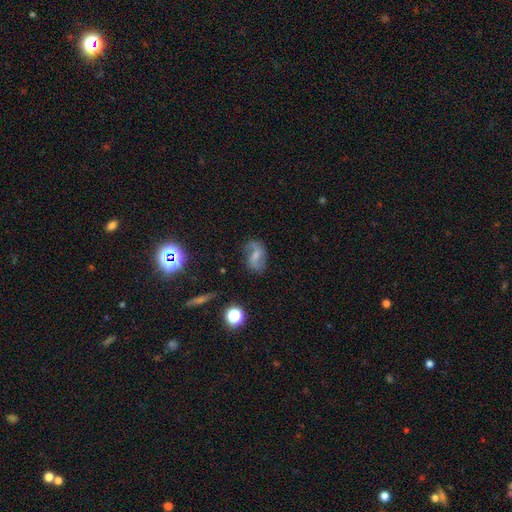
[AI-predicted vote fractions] Morphology: type=featured or disk (62%); edge-on=no (96%); bar=weak (49%); spiral arms=yes (88%); winding=loose (56%); arm count=2 (83%); bulge=small (34%); merging=none (65%).